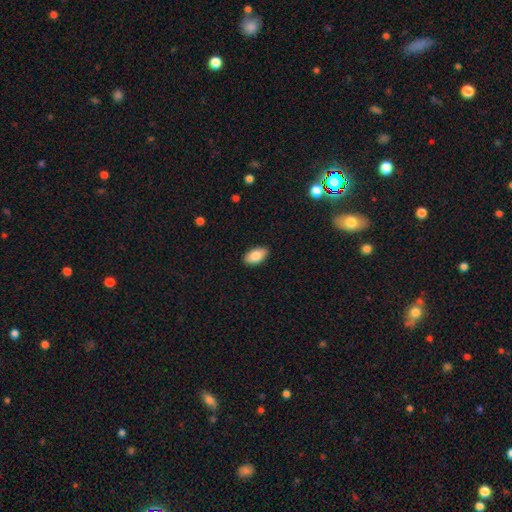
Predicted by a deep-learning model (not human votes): smooth_or_featured: smooth (p=0.84) [alt: featured or disk p=0.10]
how_rounded: in between (p=0.94) [alt: round p=0.03]
merging: none (p=0.89) [alt: minor disturbance p=0.08]